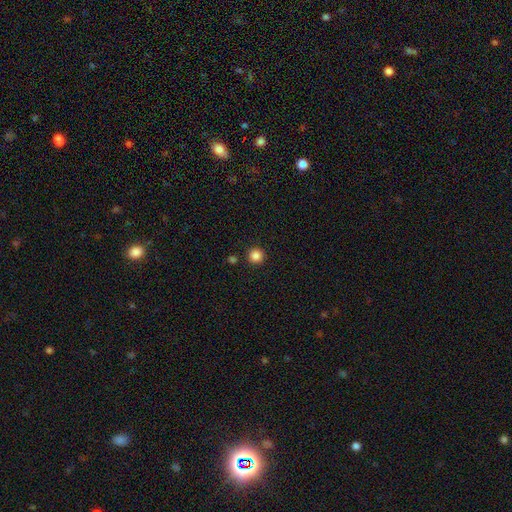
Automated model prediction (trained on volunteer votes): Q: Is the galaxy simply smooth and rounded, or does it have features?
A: smooth — 86%.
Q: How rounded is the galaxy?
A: round — 95%.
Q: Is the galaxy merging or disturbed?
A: none — 90%.